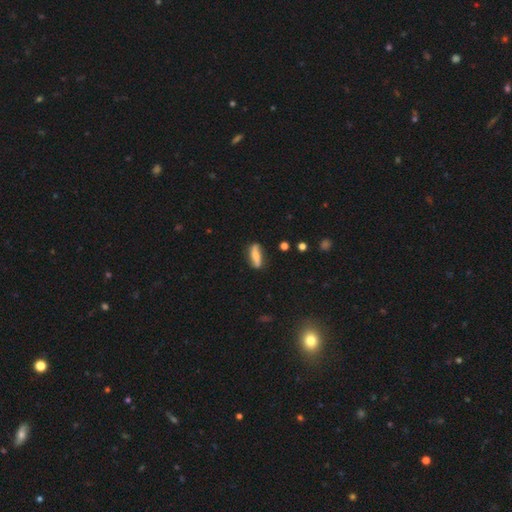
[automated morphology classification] Q: Smooth or featured?
A: smooth (49%); runner-up: featured or disk (44%)
Q: Merging?
A: none (77%); runner-up: minor disturbance (17%)